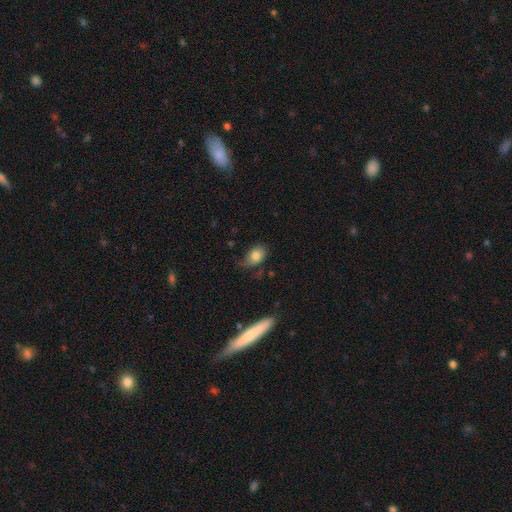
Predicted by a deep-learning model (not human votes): The model was most divided on "merging": none: 51%, minor disturbance: 33%, major disturbance: 13%, merger: 3%. More confident: smooth or featured — smooth (77%); how rounded — in between (76%).